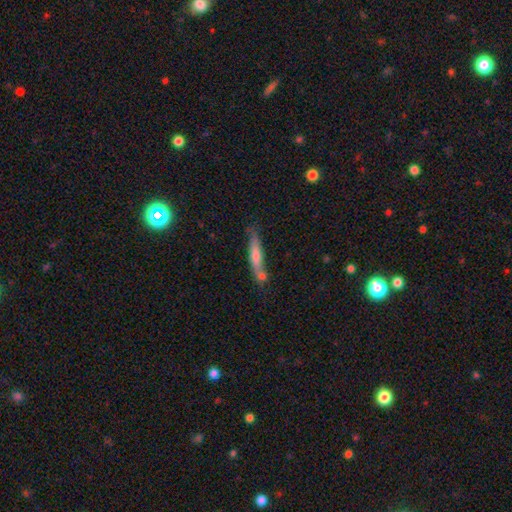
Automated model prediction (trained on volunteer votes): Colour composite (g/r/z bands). It shows a smooth galaxy with no disk features (48%). Merging: none (66%).